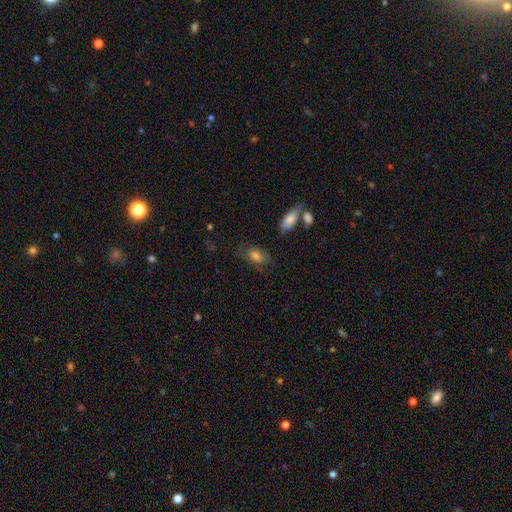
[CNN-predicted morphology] This is likely a smooth galaxy (74%). How rounded: clearly in between (85%). Merging: likely none (66%).